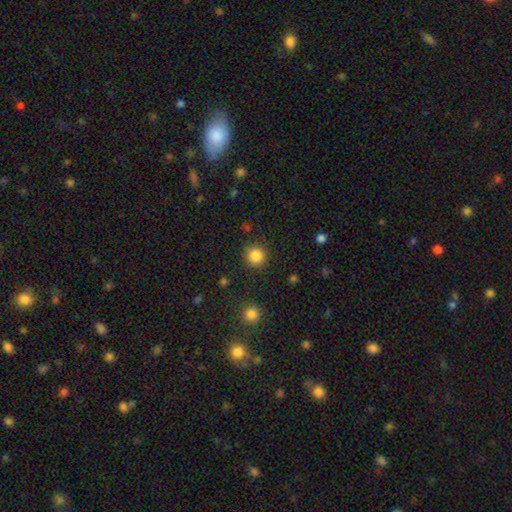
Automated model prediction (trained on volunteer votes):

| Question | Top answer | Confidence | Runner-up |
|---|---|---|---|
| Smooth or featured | smooth | 85% | star or artifact (11%) |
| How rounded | round | 94% | in between (6%) |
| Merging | none | 87% | minor disturbance (9%) |